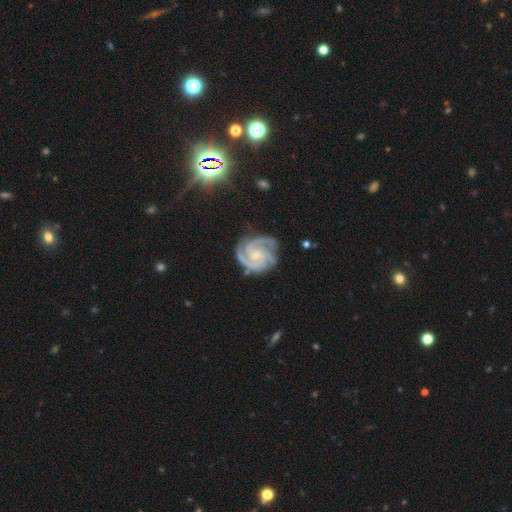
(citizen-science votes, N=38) Smooth or featured? featured or disk (92%)
Edge-on disk? no (100%)
Bar? no (60%)
Spiral arms? yes (100%)
Spiral winding? tight (60%)
Spiral arm count? 3 (83%)
Bulge size? small (51%)
Merging? none (81%)